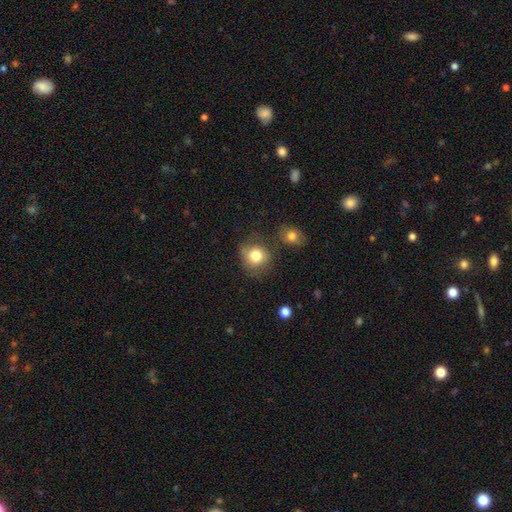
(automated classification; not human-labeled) Q: Smooth or featured?
A: smooth (81%); runner-up: star or artifact (10%)
Q: How rounded?
A: round (82%); runner-up: in between (17%)
Q: Merging?
A: none (70%); runner-up: minor disturbance (16%)